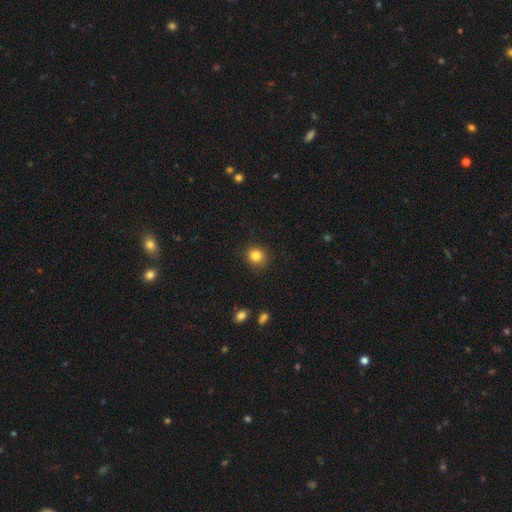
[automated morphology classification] smooth_or_featured: smooth (p=0.84) [alt: star or artifact p=0.11]
how_rounded: round (p=0.83) [alt: in between p=0.16]
merging: none (p=0.86) [alt: minor disturbance p=0.10]